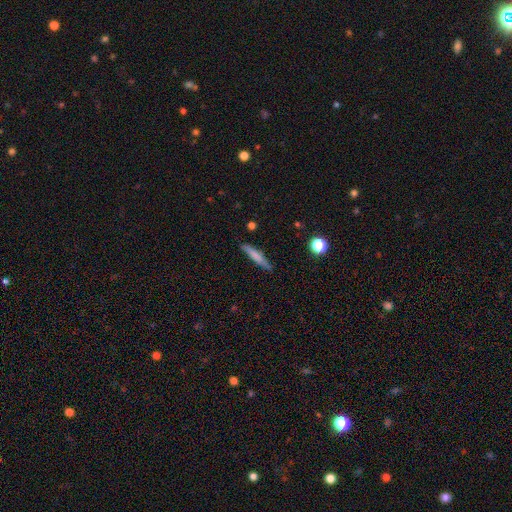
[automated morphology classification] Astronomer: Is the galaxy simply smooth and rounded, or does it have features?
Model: smooth — 65%.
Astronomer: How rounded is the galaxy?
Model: cigar-shaped — 91%.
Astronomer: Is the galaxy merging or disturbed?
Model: none — 84%.